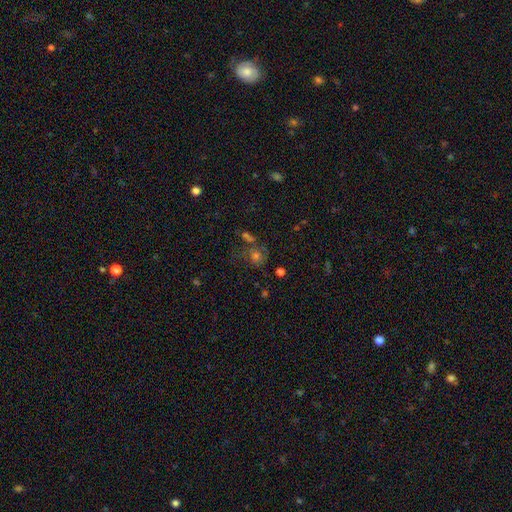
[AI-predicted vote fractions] Smooth or featured: smooth — 44% (star or artifact — 30%)
Merging: none — 55% (minor disturbance — 16%)